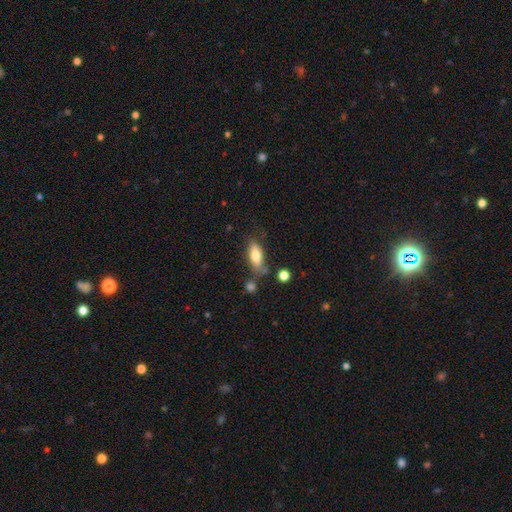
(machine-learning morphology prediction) Smooth or featured? smooth (74%)
How rounded? in between (75%)
Merging? none (66%)